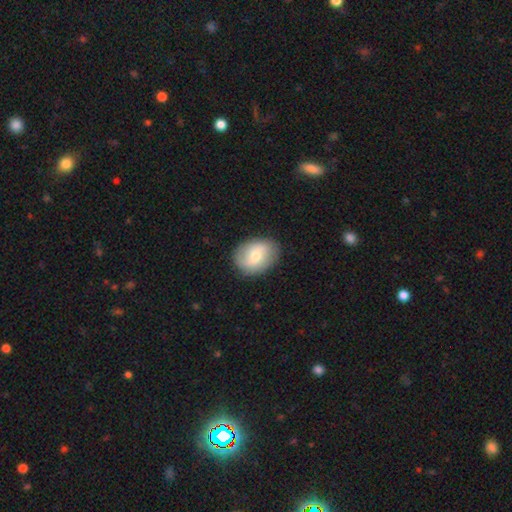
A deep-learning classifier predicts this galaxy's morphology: smooth-or-featured: smooth: 57% | featured or disk: 36% | star or artifact: 7%
  how-rounded: in between: 61% | round: 38% | cigar-shaped: 1%
  merging: none: 83% | minor disturbance: 12% | major disturbance: 3% | merger: 1%